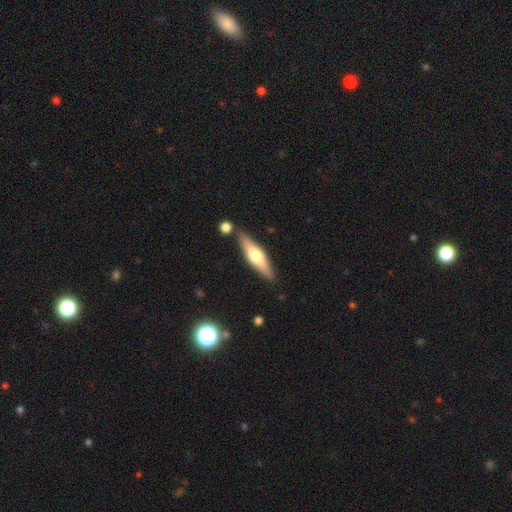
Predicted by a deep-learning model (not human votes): The model was most divided on "smooth or featured": featured or disk: 49%, smooth: 46%, star or artifact: 5%. More confident: merging — none (81%).